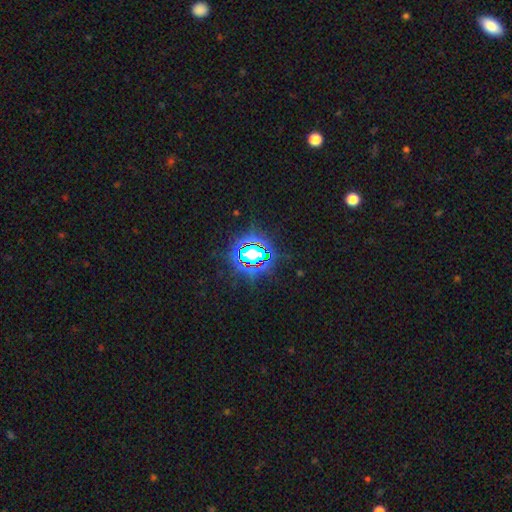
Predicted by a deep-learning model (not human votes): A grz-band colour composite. It shows a star or artifact, not a galaxy (78%).